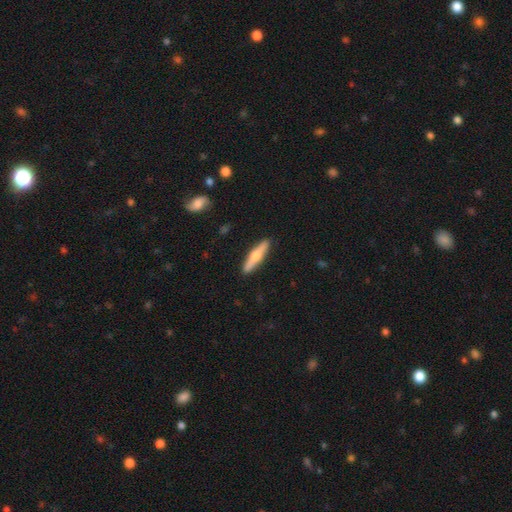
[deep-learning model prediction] A smooth galaxy with no disk features (50%).

Vote fractions:
- Smooth or featured? smooth: 50% / featured or disk: 45% / star or artifact: 5%
- Merging? none: 90% / minor disturbance: 7% / major disturbance: 2% / merger: 1%